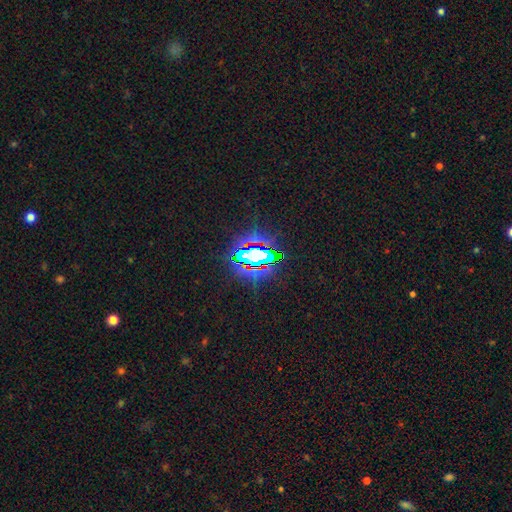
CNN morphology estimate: Smooth or featured: star or artifact — 66% (smooth — 20%)